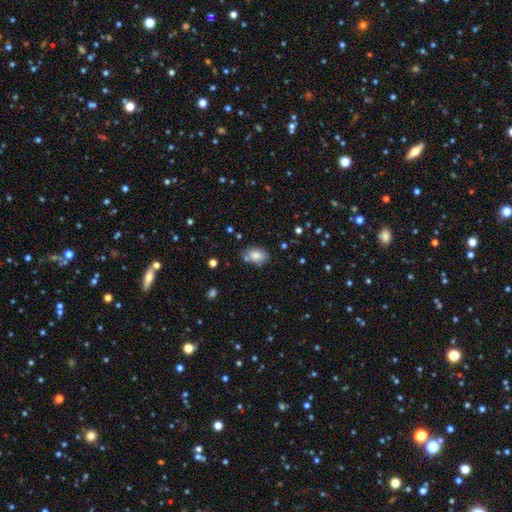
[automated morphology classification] Smooth or featured: smooth — 82% (featured or disk — 10%)
How rounded: in between — 85% (round — 14%)
Merging: none — 73% (minor disturbance — 16%)